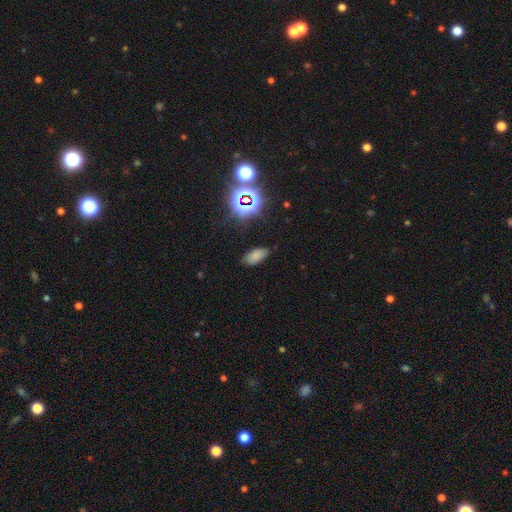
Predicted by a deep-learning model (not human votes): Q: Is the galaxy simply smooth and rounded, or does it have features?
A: smooth — 69%.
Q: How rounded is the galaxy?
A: in between — 91%.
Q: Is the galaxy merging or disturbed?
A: none — 81%.